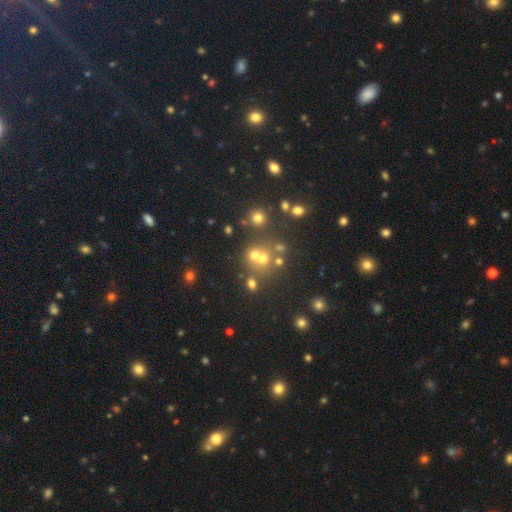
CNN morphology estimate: smooth 47%, star or artifact 37%, featured or disk 16%. Down the decision tree: merging — none (57%).